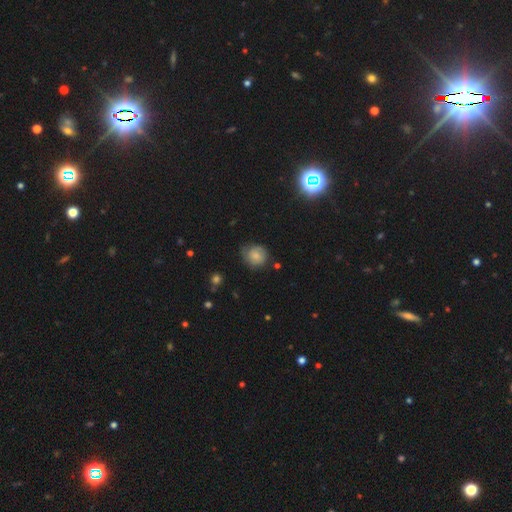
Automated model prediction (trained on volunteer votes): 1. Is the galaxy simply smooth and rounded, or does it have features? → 64% smooth, 26% featured or disk, 10% star or artifact.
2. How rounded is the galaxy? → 80% round, 19% in between, 1% cigar-shaped.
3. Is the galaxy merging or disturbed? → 62% none, 28% minor disturbance, 8% major disturbance, 2% merger.